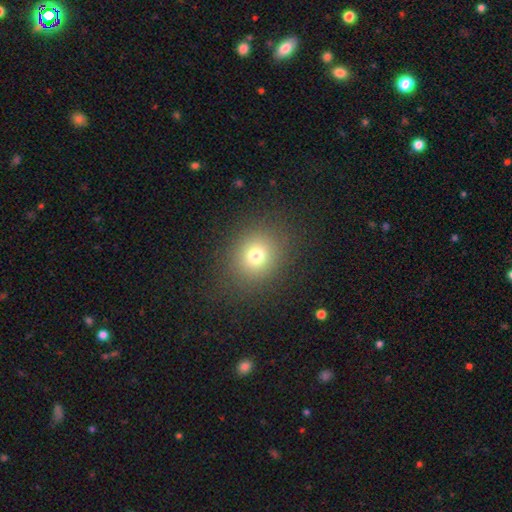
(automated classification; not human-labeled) Smooth or featured?
  - smooth: 73% *
  - star or artifact: 17%
  - featured or disk: 10%
How rounded?
  - round: 74% *
  - in between: 25%
  - cigar-shaped: 1%
Merging?
  - none: 85% *
  - minor disturbance: 9%
  - major disturbance: 5%
  - merger: 1%